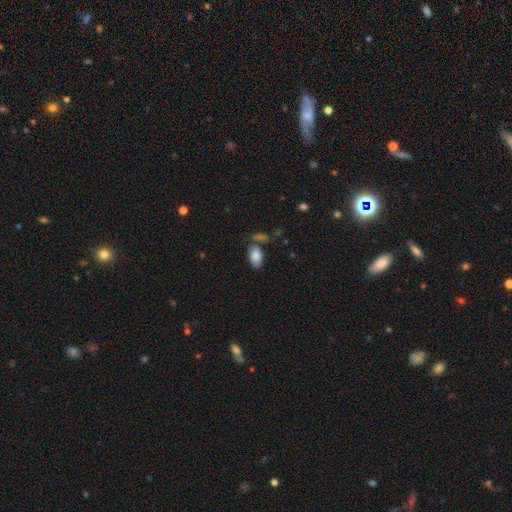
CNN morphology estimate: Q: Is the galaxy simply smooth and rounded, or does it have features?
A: smooth — 84%.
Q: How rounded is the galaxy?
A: in between — 93%.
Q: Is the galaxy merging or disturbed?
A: none — 66%.